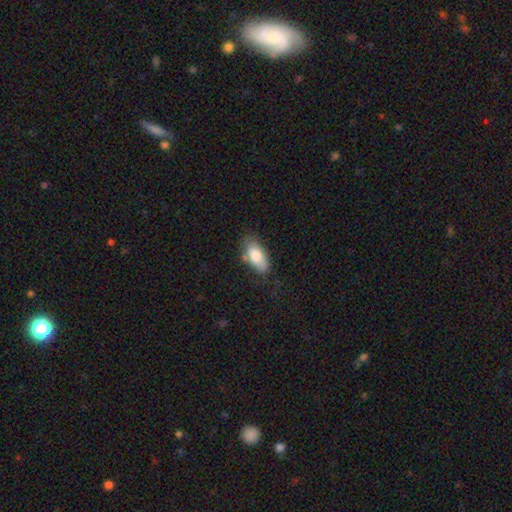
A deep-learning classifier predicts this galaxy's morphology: Q: Smooth or featured?
A: smooth (80%); runner-up: featured or disk (13%)
Q: How rounded?
A: in between (91%); runner-up: cigar-shaped (6%)
Q: Merging?
A: none (63%); runner-up: minor disturbance (25%)